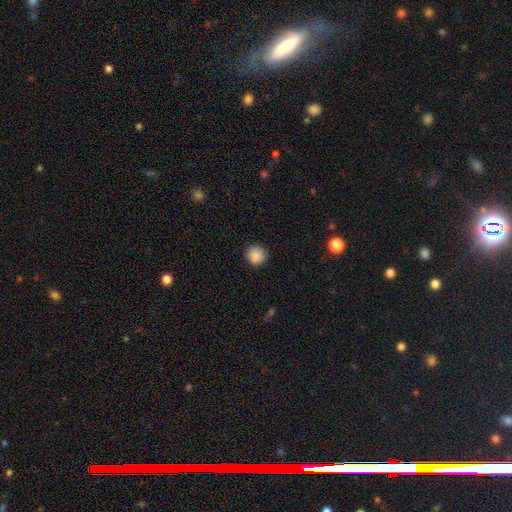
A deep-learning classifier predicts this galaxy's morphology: This appears to be a smooth galaxy with no disk features (87%) that is round (90%). Merging: none (87%).